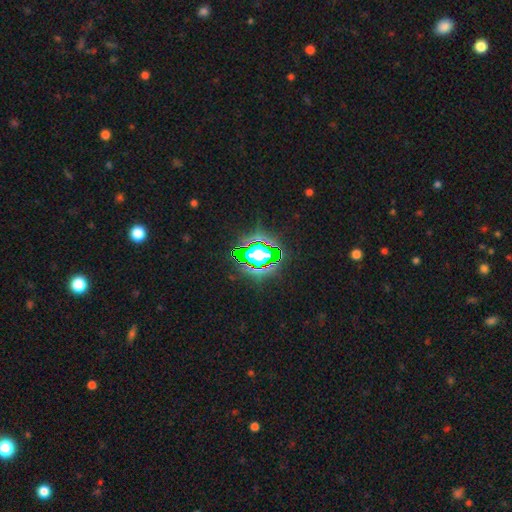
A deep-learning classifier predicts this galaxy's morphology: smooth_or_featured: star or artifact (p=0.68) [alt: smooth p=0.19]